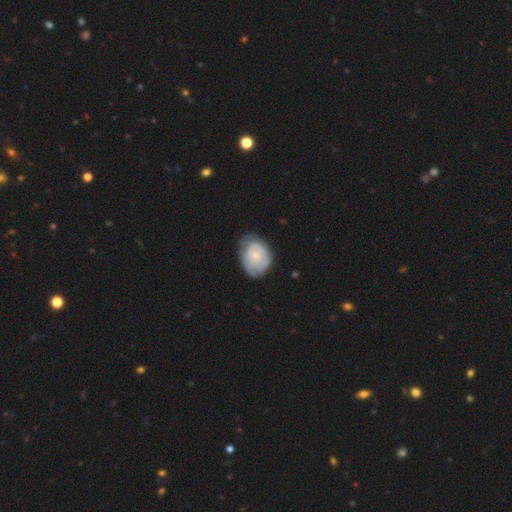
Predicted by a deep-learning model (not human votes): Q: Smooth or featured?
A: smooth (48%); runner-up: featured or disk (45%)
Q: Merging?
A: none (58%); runner-up: minor disturbance (31%)